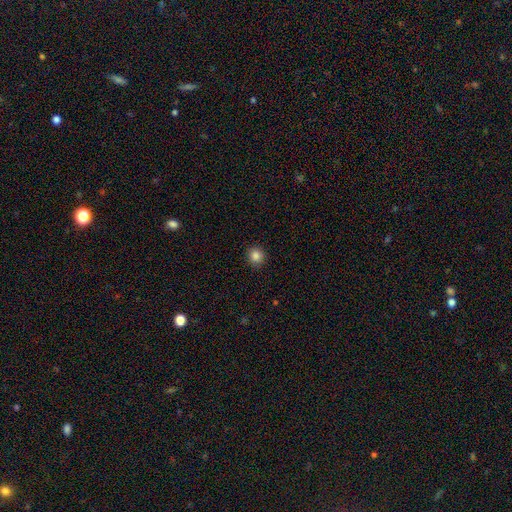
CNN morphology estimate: The model was most divided on "smooth or featured": smooth: 85%, star or artifact: 11%, featured or disk: 4%. More confident: merging — none (91%); how rounded — round (87%).